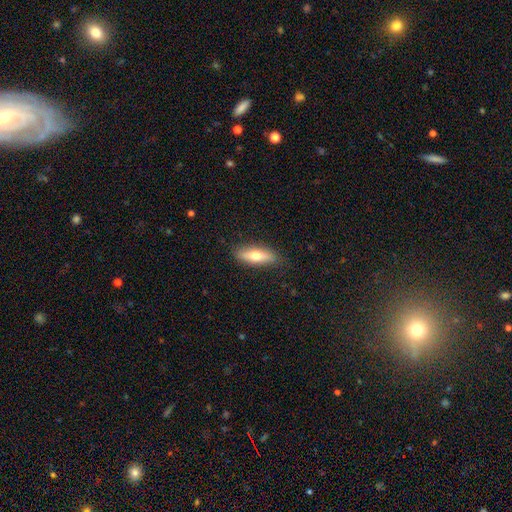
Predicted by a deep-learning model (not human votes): smooth 64%, featured or disk 30%, star or artifact 6%. Down the decision tree: how rounded — in between (52%); merging — none (86%).